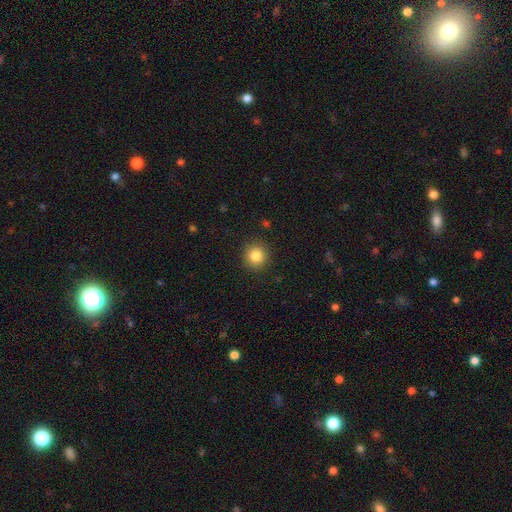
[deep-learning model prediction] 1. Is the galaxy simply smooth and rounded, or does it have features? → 84% smooth, 11% star or artifact, 6% featured or disk.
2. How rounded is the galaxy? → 93% round, 6% in between, 1% cigar-shaped.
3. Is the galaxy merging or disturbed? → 91% none, 6% minor disturbance, 2% major disturbance, 1% merger.